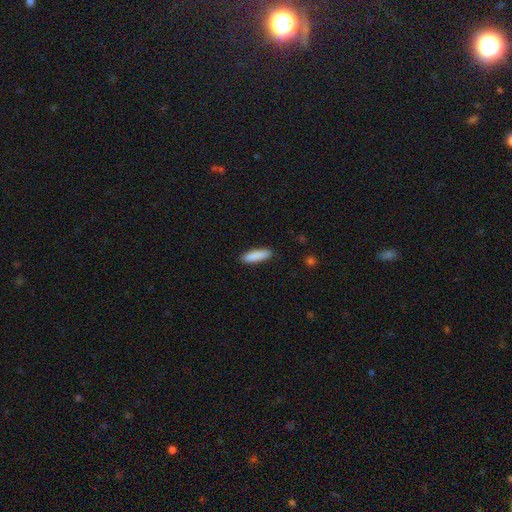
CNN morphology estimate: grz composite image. It shows a smooth galaxy with no disk features (89%) that is cigar-shaped (69%). Merging: none (90%).